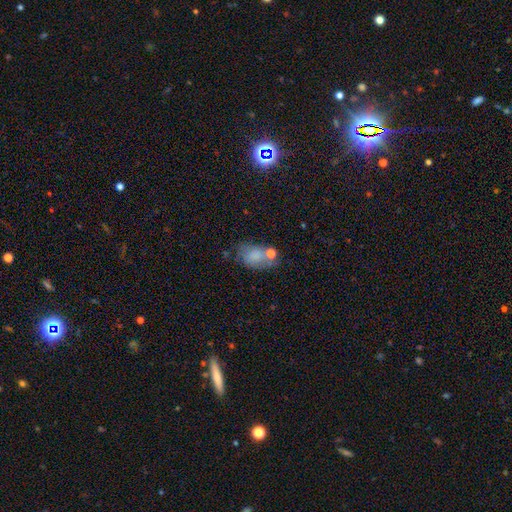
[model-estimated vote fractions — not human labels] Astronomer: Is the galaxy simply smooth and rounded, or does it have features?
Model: smooth — 71%.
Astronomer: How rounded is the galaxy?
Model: in between — 83%.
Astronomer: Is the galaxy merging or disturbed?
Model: none — 43% (runner-up: minor disturbance, 25%).